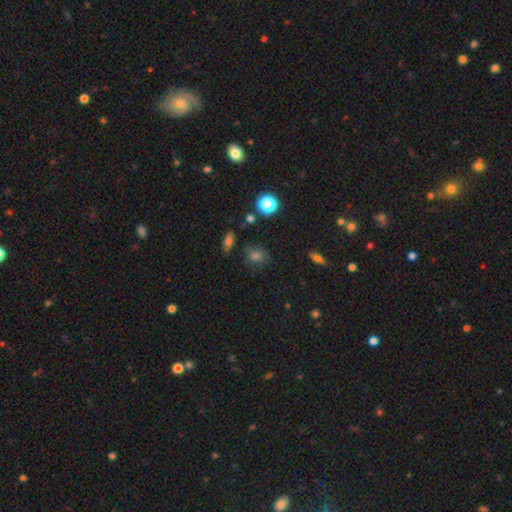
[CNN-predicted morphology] Q: Smooth or featured?
A: smooth (65%); runner-up: star or artifact (25%)
Q: How rounded?
A: round (66%); runner-up: in between (31%)
Q: Merging?
A: none (77%); runner-up: minor disturbance (15%)